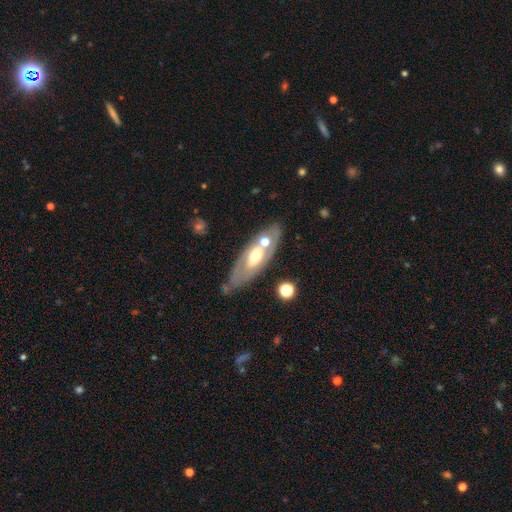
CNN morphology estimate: This is likely a featured or disk galaxy (60%). It is likely not viewed edge-on (76%). Merging: likely none (66%).